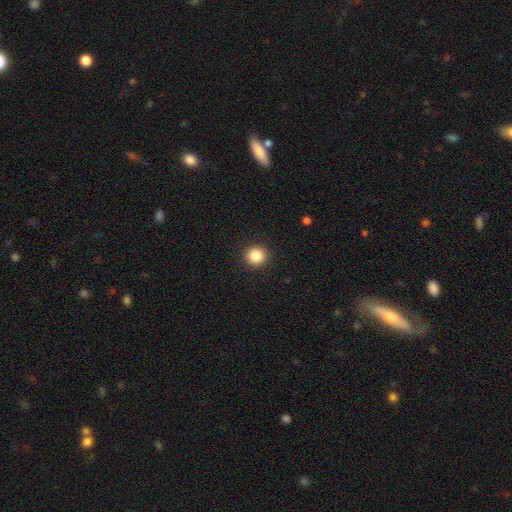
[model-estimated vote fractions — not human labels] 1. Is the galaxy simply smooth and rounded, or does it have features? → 86% smooth, 10% star or artifact, 4% featured or disk.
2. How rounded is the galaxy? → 91% round, 8% in between, 1% cigar-shaped.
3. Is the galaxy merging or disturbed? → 92% none, 5% minor disturbance, 2% major disturbance, 1% merger.